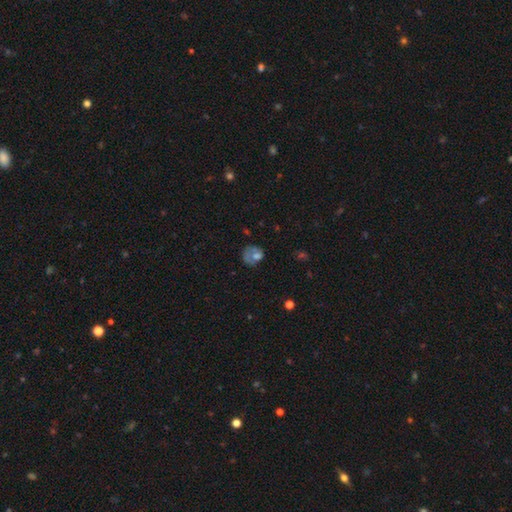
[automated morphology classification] smooth-or-featured: smooth: 53% | featured or disk: 34% | star or artifact: 13%
  how-rounded: round: 63% | in between: 35% | cigar-shaped: 1%
  merging: none: 37% | major disturbance: 32% | minor disturbance: 24% | merger: 7%